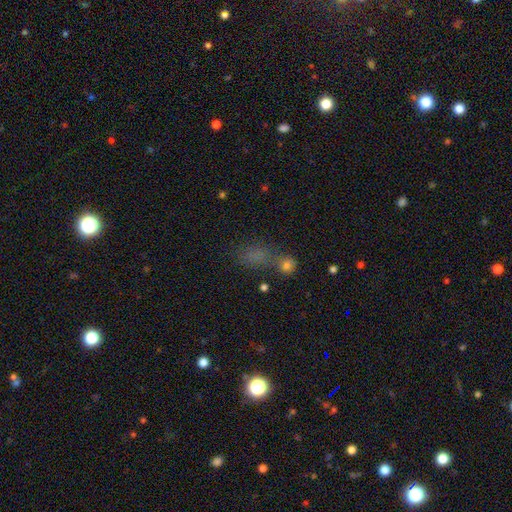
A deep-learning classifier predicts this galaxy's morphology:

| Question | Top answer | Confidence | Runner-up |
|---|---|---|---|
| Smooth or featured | smooth | 61% | star or artifact (27%) |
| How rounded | in between | 67% | round (23%) |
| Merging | none | 41% | merger (33%) |